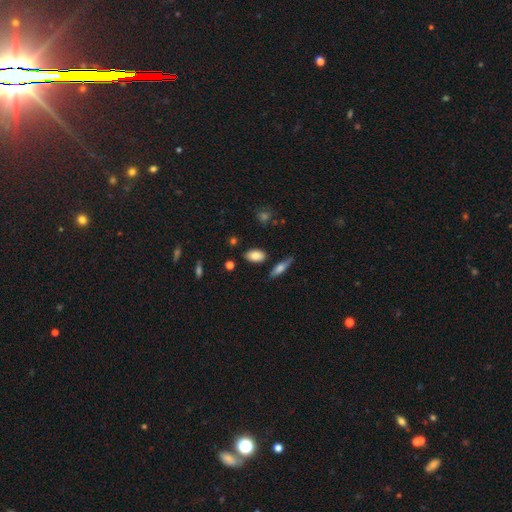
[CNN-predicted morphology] type=smooth (81%); roundness=in between (89%); merging=none (82%).